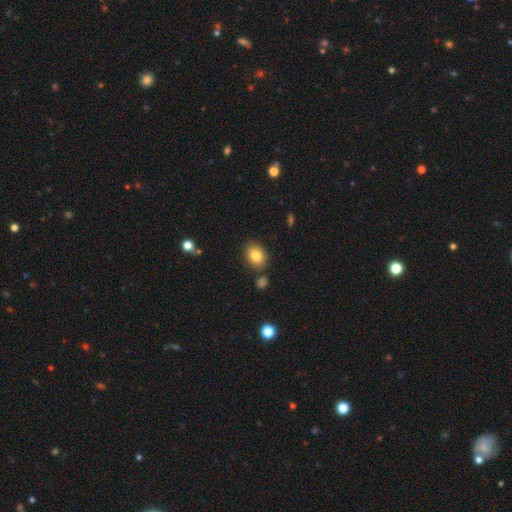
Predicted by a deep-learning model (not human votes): Smooth or featured? smooth (83%)
How rounded? in between (59%)
Merging? none (83%)